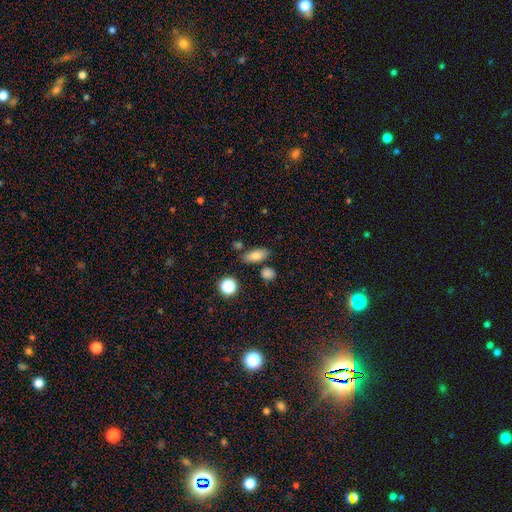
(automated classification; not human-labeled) Morphology: type=smooth (78%); roundness=in between (77%); merging=none (77%).